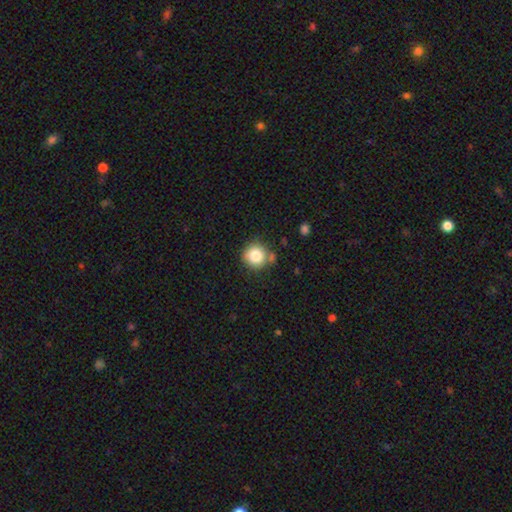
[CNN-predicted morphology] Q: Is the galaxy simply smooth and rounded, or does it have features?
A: smooth — 82%.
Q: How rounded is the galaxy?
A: round — 92%.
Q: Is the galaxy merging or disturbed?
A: none — 74%.